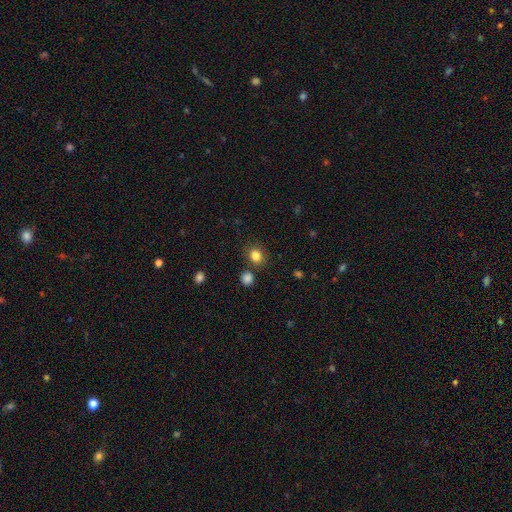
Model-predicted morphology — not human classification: Q: Smooth or featured?
A: smooth (83%); runner-up: star or artifact (12%)
Q: How rounded?
A: round (70%); runner-up: in between (29%)
Q: Merging?
A: none (80%); runner-up: minor disturbance (10%)